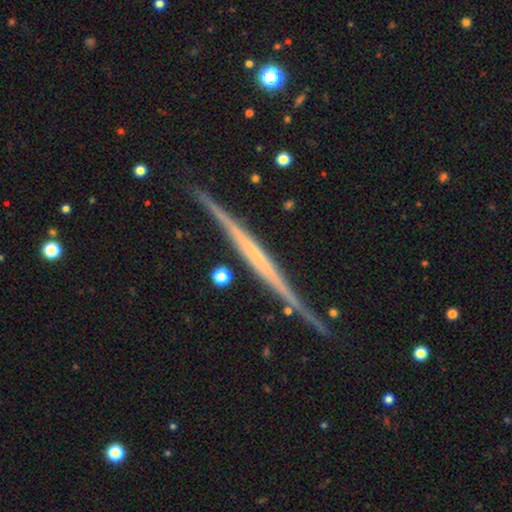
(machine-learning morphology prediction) smooth_or_featured: featured or disk (p=0.78) [alt: smooth p=0.17]
disk_edge_on: yes (p=0.98) [alt: no p=0.02]
edge_on_bulge: none (p=0.78) [alt: rounded p=0.13]
merging: none (p=0.87) [alt: minor disturbance p=0.10]